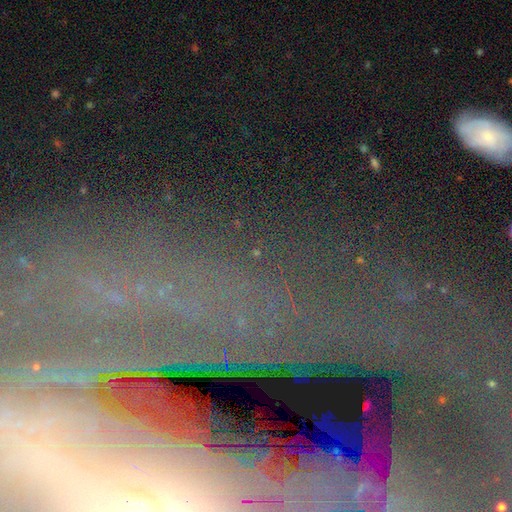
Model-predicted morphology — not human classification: type=star or artifact (60%).